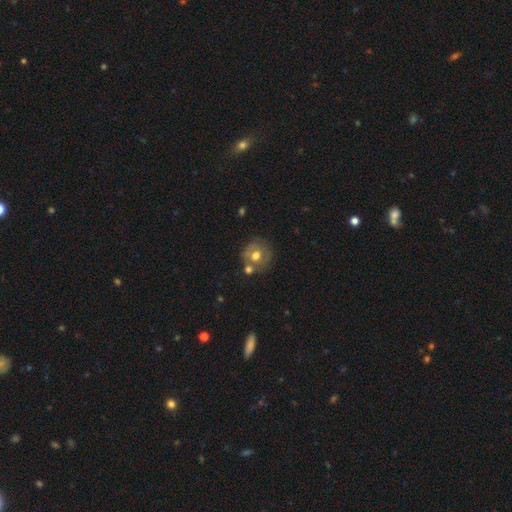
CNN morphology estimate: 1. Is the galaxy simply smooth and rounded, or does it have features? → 51% smooth, 40% featured or disk, 9% star or artifact.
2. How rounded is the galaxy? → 87% round, 12% in between, 1% cigar-shaped.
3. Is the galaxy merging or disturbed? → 61% none, 18% merger, 16% minor disturbance, 6% major disturbance.